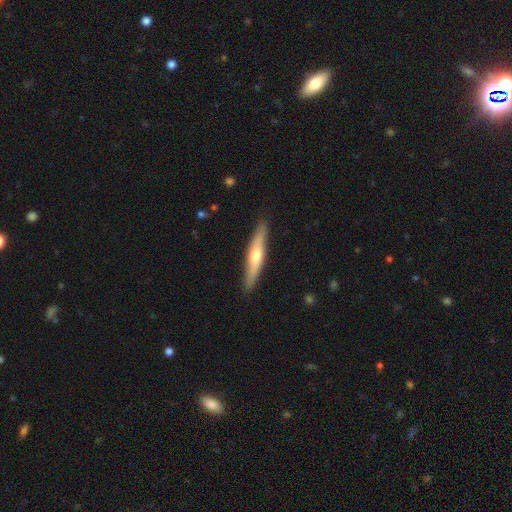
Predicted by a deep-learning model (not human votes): smooth-or-featured: featured or disk: 56% | smooth: 39% | star or artifact: 5%
  disk-edge-on: yes: 94% | no: 6%
    edge-on-bulge: rounded: 88% | none: 9% | boxy: 4%
  merging: none: 90% | minor disturbance: 8% | major disturbance: 1% | merger: 1%